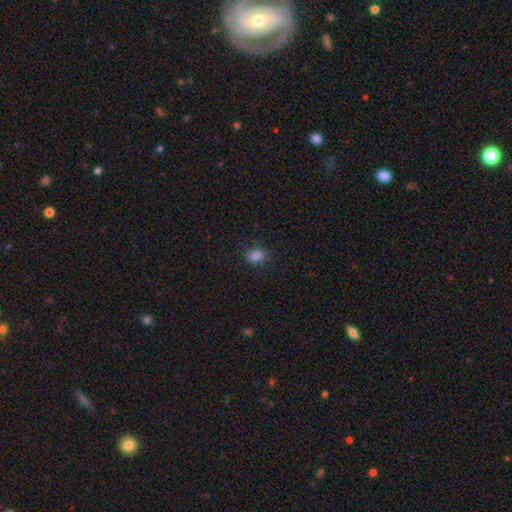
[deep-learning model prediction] Smooth or featured: smooth — 82% (star or artifact — 14%)
How rounded: in between — 60% (round — 39%)
Merging: none — 77% (minor disturbance — 16%)